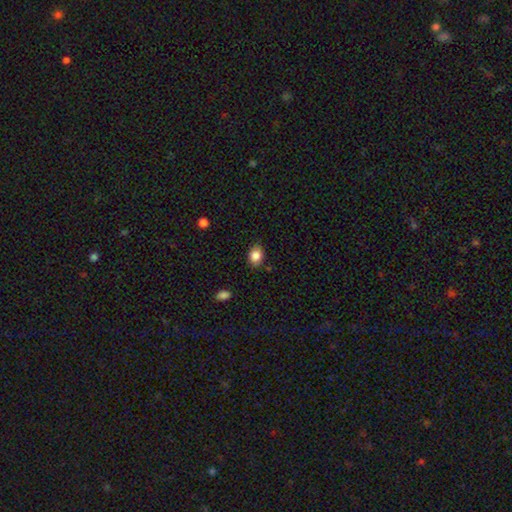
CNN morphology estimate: Q: Smooth or featured?
A: smooth (84%); runner-up: star or artifact (9%)
Q: How rounded?
A: in between (62%); runner-up: round (37%)
Q: Merging?
A: none (80%); runner-up: minor disturbance (15%)